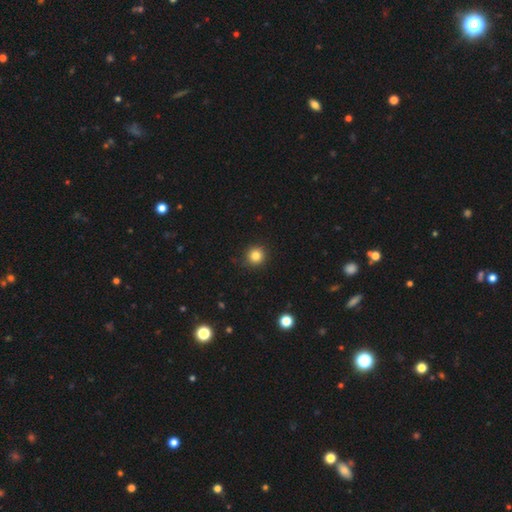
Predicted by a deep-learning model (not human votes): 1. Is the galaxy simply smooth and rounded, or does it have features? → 83% smooth, 12% star or artifact, 5% featured or disk.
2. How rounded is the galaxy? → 94% round, 5% in between, 1% cigar-shaped.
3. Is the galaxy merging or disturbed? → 90% none, 7% minor disturbance, 2% major disturbance, 1% merger.